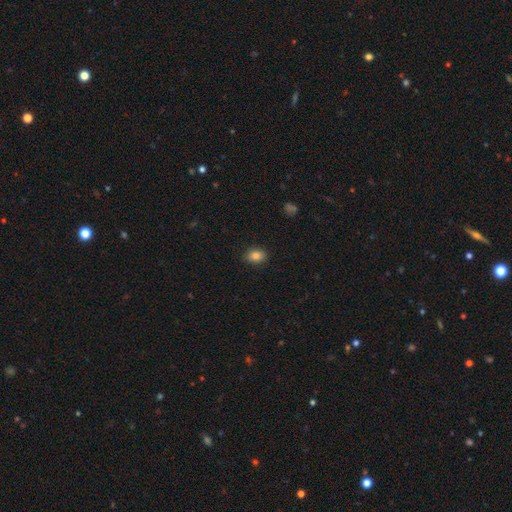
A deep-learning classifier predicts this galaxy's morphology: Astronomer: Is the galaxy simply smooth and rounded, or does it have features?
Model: smooth — 86%.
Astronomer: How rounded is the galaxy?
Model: in between — 69%.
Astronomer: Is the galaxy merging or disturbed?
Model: none — 88%.